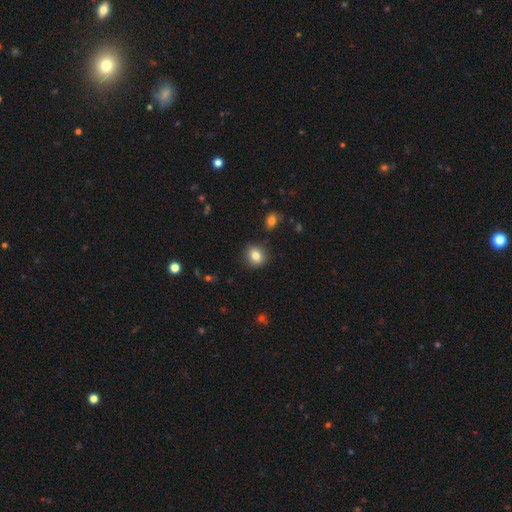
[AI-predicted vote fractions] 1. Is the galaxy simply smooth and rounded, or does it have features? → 82% smooth, 10% star or artifact, 8% featured or disk.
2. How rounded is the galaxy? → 74% round, 25% in between, 1% cigar-shaped.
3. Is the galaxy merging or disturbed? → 87% none, 9% minor disturbance, 2% major disturbance, 2% merger.